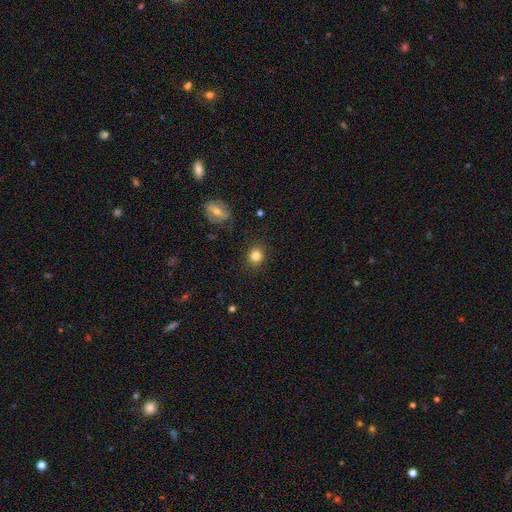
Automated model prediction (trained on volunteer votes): smooth-or-featured: smooth: 83% | star or artifact: 11% | featured or disk: 6%
  how-rounded: round: 81% | in between: 18% | cigar-shaped: 1%
  merging: none: 88% | minor disturbance: 8% | major disturbance: 2% | merger: 1%